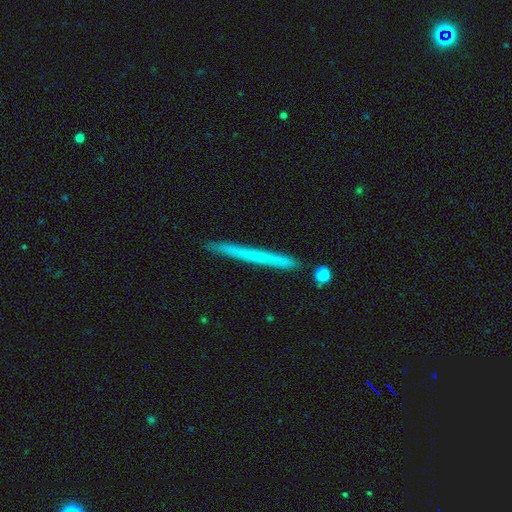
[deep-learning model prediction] Smooth or featured? smooth (54%)
How rounded? cigar-shaped (97%)
Merging? none (90%)